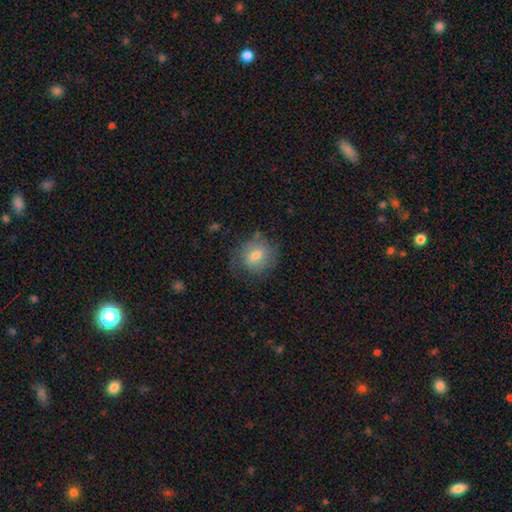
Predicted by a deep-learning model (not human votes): smooth-or-featured: smooth: 64% | featured or disk: 27% | star or artifact: 9%
  how-rounded: round: 75% | in between: 24% | cigar-shaped: 1%
  merging: none: 66% | minor disturbance: 22% | major disturbance: 10% | merger: 2%